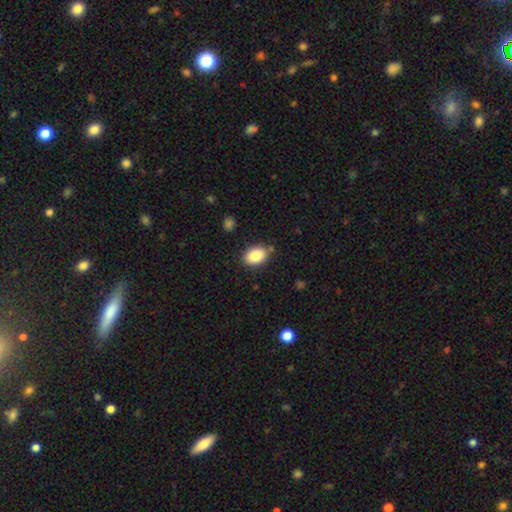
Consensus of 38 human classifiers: This is clearly a smooth galaxy (87%). How rounded: clearly in between (94%). Merging: likely none (71%).